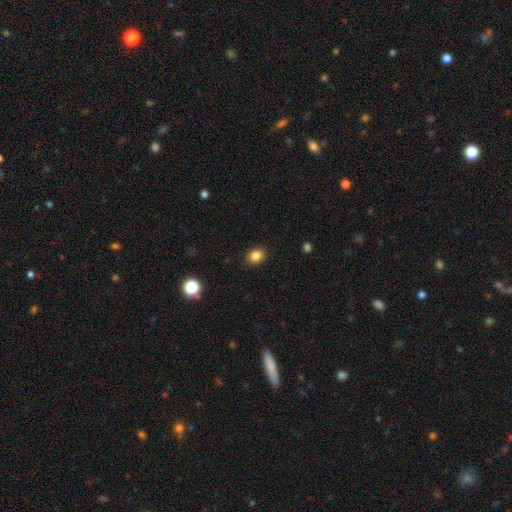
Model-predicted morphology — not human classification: Overall: smooth (85%). How rounded: round (52%; in between 47%). Merging: none (89%).